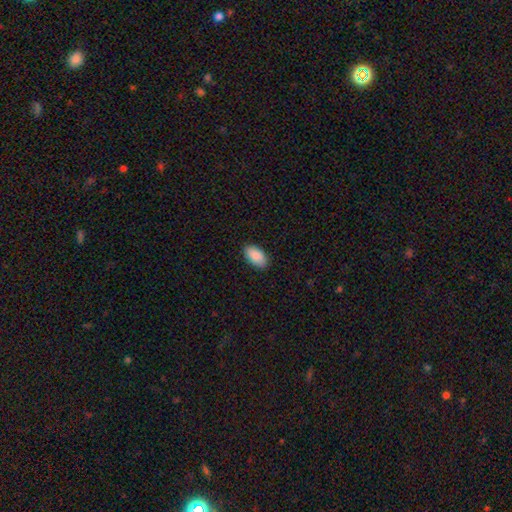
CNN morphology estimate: This is clearly a smooth galaxy (90%). How rounded: clearly in between (95%). Merging: clearly none (87%).